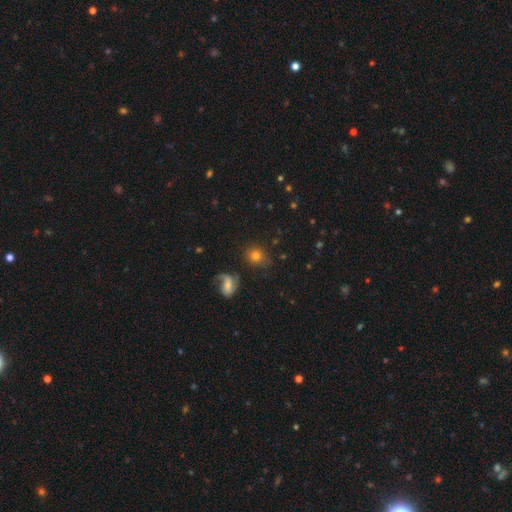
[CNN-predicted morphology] Smooth or featured?
  - smooth: 72% *
  - featured or disk: 16%
  - star or artifact: 12%
How rounded?
  - round: 75% *
  - in between: 24%
  - cigar-shaped: 1%
Merging?
  - none: 77% *
  - minor disturbance: 13%
  - major disturbance: 6%
  - merger: 4%